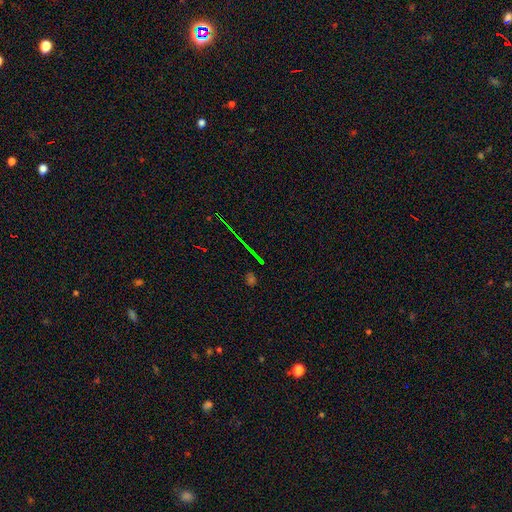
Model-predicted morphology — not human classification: This appears to be a star or artifact, not a galaxy (71%).